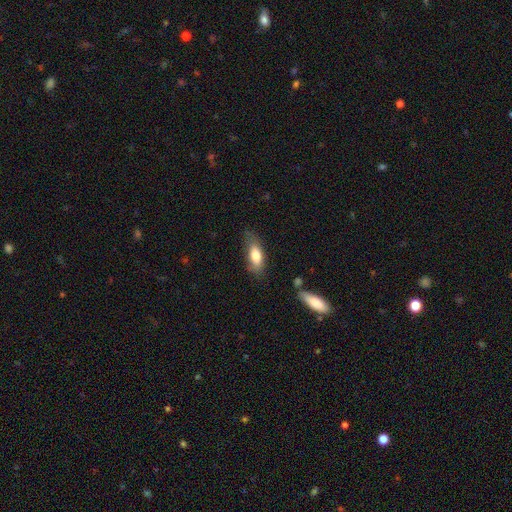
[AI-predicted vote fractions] Smooth or featured?
  - smooth: 76% *
  - featured or disk: 17%
  - star or artifact: 7%
How rounded?
  - in between: 75% *
  - cigar-shaped: 22%
  - round: 3%
Merging?
  - none: 62% *
  - minor disturbance: 26%
  - major disturbance: 9%
  - merger: 3%